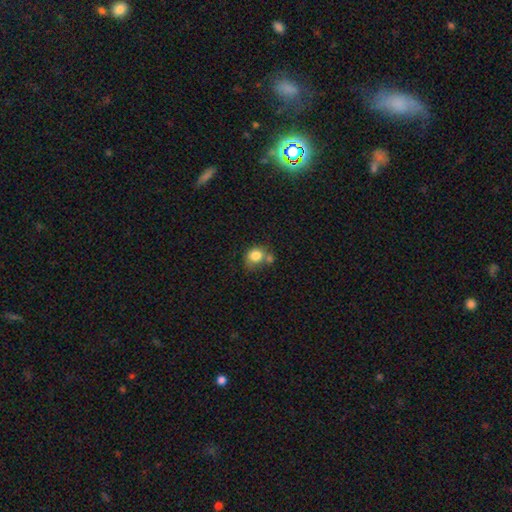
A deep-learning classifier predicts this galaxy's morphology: This appears to be a smooth galaxy with no disk features (82%) that is round (64%). Merging: none (45%).